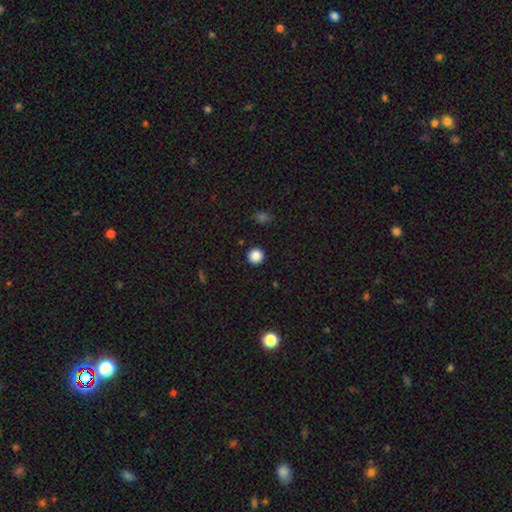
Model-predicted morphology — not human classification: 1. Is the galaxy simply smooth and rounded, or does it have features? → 87% smooth, 10% star or artifact, 3% featured or disk.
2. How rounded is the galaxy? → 96% round, 3% in between, 1% cigar-shaped.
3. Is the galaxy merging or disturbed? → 93% none, 4% minor disturbance, 2% major disturbance, 1% merger.